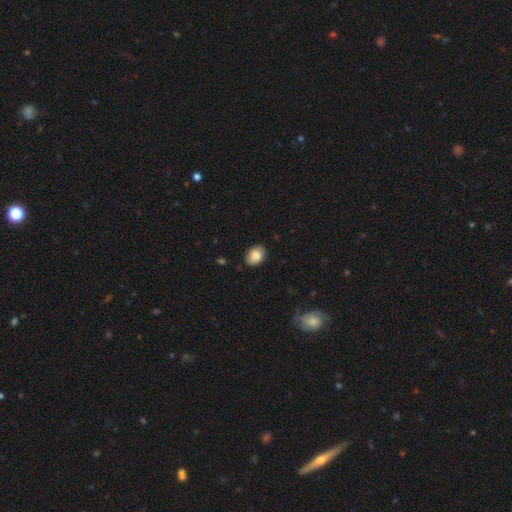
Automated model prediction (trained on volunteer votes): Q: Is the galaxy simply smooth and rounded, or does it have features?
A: smooth — 87%.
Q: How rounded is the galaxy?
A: in between — 71%.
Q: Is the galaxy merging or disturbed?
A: none — 87%.